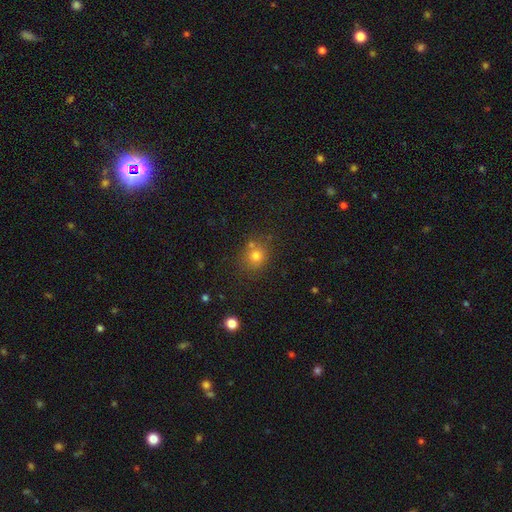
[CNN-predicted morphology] Smooth or featured?
  - smooth: 75% *
  - star or artifact: 16%
  - featured or disk: 9%
How rounded?
  - round: 80% *
  - in between: 19%
  - cigar-shaped: 1%
Merging?
  - none: 70% *
  - merger: 13%
  - minor disturbance: 12%
  - major disturbance: 4%